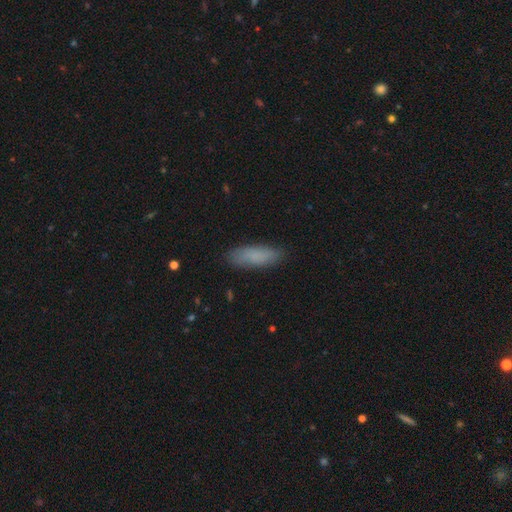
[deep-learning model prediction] A smooth galaxy with no disk features (84%) that is in between round and cigar-shaped (52%).

Vote fractions:
- Smooth or featured? smooth: 84% / featured or disk: 9% / star or artifact: 7%
- How rounded? in between: 52% / cigar-shaped: 46% / round: 2%
- Merging? none: 85% / minor disturbance: 12% / major disturbance: 2% / merger: 1%